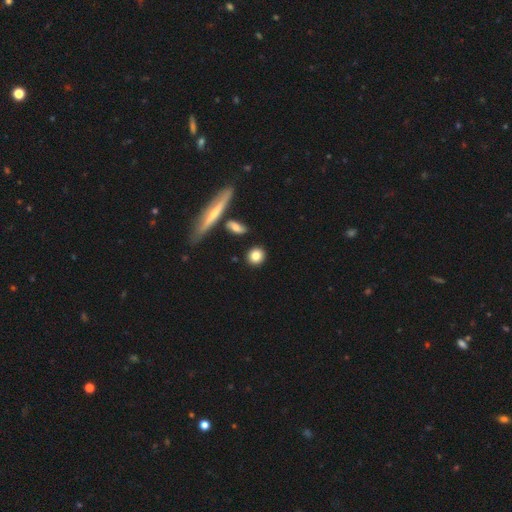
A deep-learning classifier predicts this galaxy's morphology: Smooth or featured: smooth — 82% (featured or disk — 10%)
How rounded: round — 83% (in between — 13%)
Merging: none — 86% (minor disturbance — 7%)